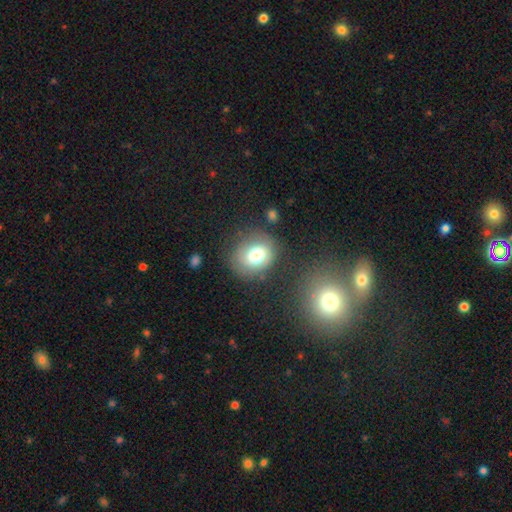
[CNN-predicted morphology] Smooth or featured? Predicted: smooth (p=0.74). How rounded? Predicted: round (p=0.69). Merging? Predicted: none (p=0.75).